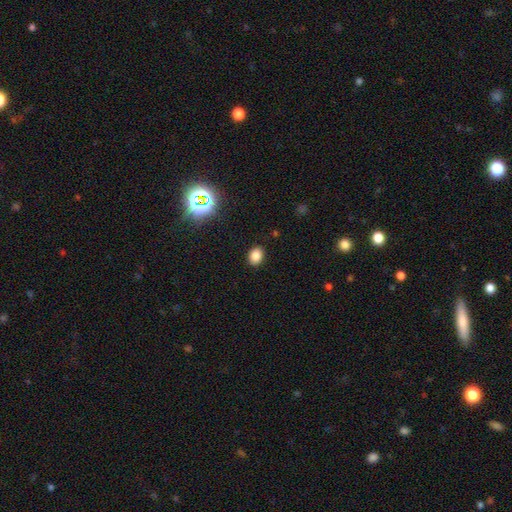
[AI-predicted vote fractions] Smooth or featured?
  - smooth: 82% *
  - star or artifact: 13%
  - featured or disk: 5%
How rounded?
  - in between: 61% *
  - round: 38%
  - cigar-shaped: 1%
Merging?
  - none: 89% *
  - minor disturbance: 8%
  - major disturbance: 2%
  - merger: 1%